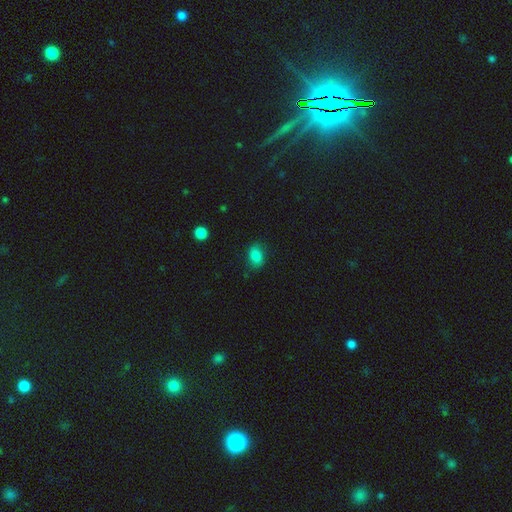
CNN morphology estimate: Smooth or featured? smooth (81%)
How rounded? in between (77%)
Merging? none (74%)